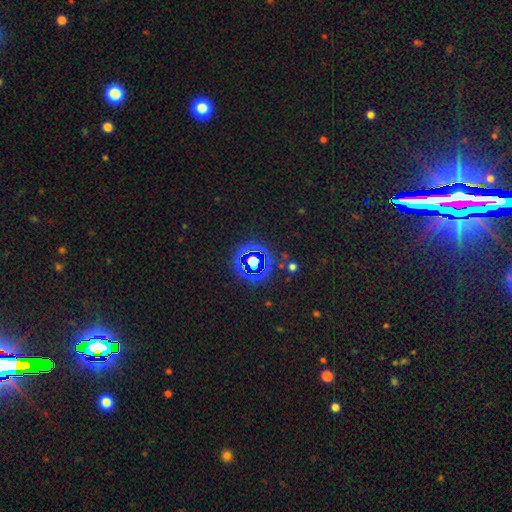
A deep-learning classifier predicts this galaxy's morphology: smooth-or-featured: star or artifact: 78% | smooth: 14% | featured or disk: 8%